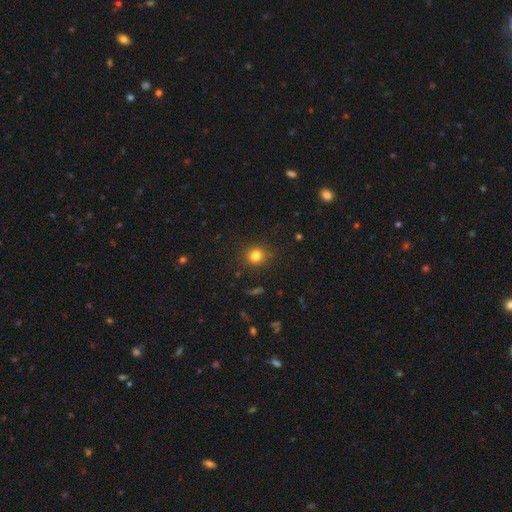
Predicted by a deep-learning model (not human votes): The model was most divided on "smooth or featured": smooth: 80%, star or artifact: 14%, featured or disk: 6%. More confident: merging — none (88%); how rounded — round (88%).